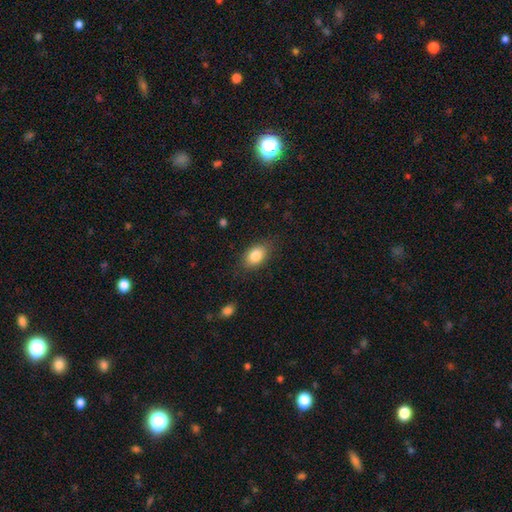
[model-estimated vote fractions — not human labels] This appears to be a smooth galaxy with no disk features (84%) that is in between round and cigar-shaped (85%). Merging: none (81%).